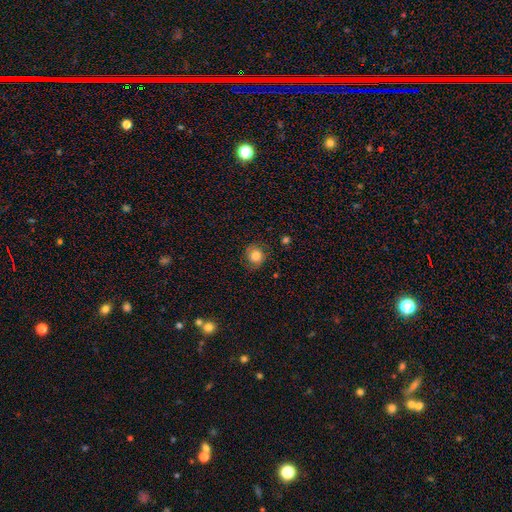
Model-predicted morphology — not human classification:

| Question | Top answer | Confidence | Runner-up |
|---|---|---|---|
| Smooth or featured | smooth | 74% | featured or disk (16%) |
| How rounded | round | 84% | in between (15%) |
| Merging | none | 75% | minor disturbance (17%) |